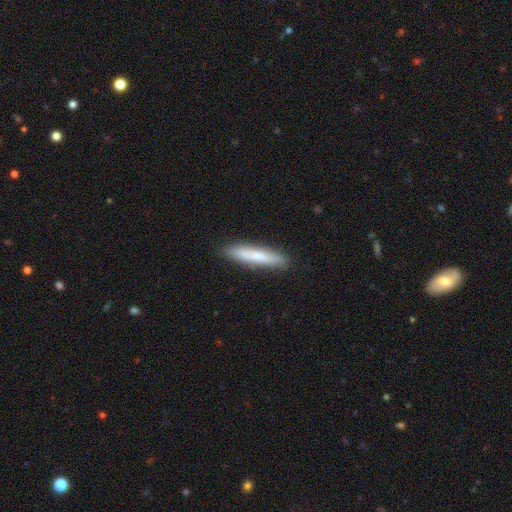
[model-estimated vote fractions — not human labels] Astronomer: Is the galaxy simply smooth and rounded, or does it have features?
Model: smooth — 68%.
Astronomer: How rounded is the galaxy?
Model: cigar-shaped — 90%.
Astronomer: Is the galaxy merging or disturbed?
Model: none — 89%.